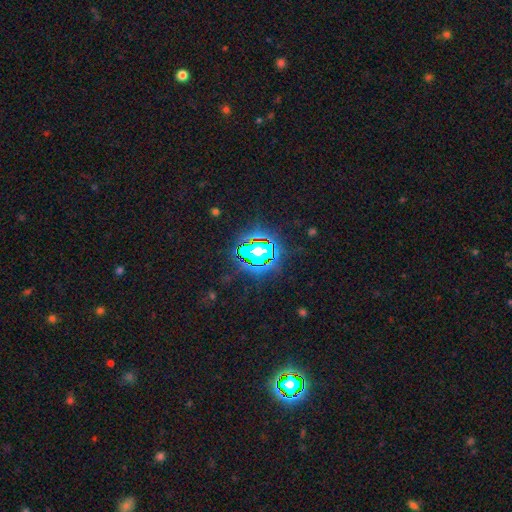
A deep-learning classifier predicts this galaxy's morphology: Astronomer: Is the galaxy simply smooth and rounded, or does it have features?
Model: star or artifact — 79%.